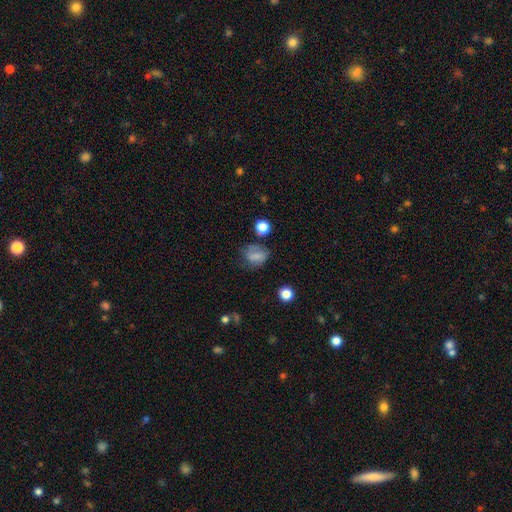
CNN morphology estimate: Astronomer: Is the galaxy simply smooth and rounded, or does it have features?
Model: smooth — 69%.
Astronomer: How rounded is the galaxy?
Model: in between — 53% (runner-up: round, 45%).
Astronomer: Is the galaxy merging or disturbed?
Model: none — 51% (runner-up: minor disturbance, 27%).